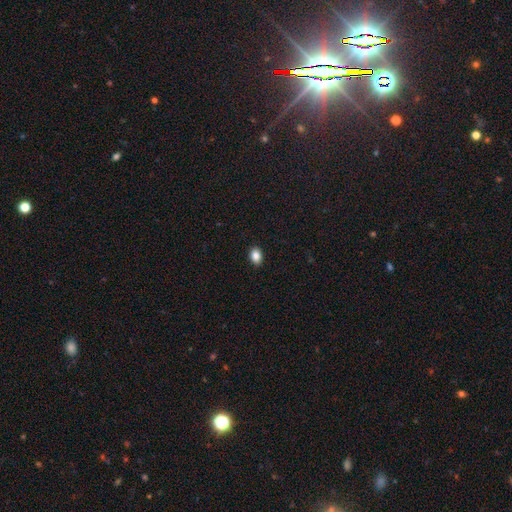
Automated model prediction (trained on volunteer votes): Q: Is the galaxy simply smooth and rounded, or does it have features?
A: smooth — 86%.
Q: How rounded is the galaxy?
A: in between — 75%.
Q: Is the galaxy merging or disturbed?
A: none — 90%.